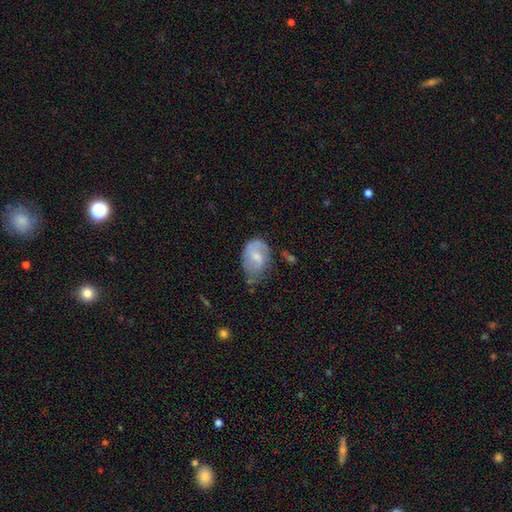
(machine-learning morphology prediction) smooth 52%, featured or disk 41%, star or artifact 7%. Down the decision tree: how rounded — in between (84%); merging — minor disturbance (40%).